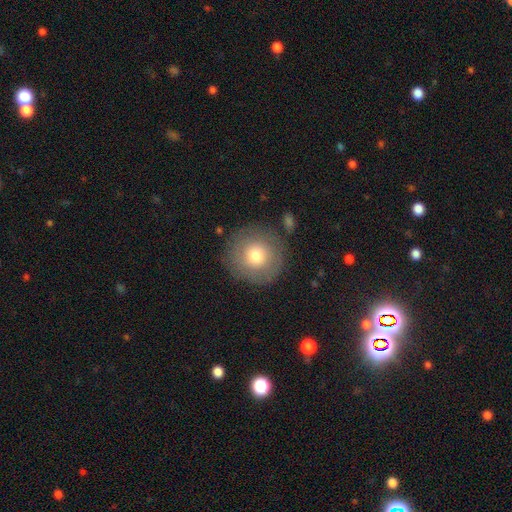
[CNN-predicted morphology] Smooth or featured? smooth (70%)
How rounded? round (94%)
Merging? none (84%)